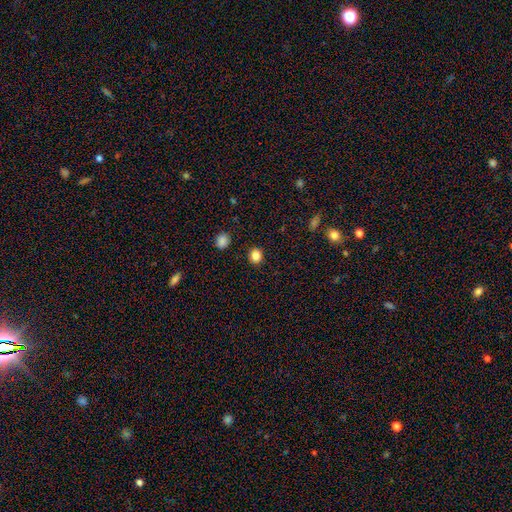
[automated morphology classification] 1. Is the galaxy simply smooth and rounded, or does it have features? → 85% smooth, 11% star or artifact, 4% featured or disk.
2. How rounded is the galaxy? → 79% round, 20% in between, 1% cigar-shaped.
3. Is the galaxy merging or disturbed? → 91% none, 6% minor disturbance, 2% major disturbance, 1% merger.